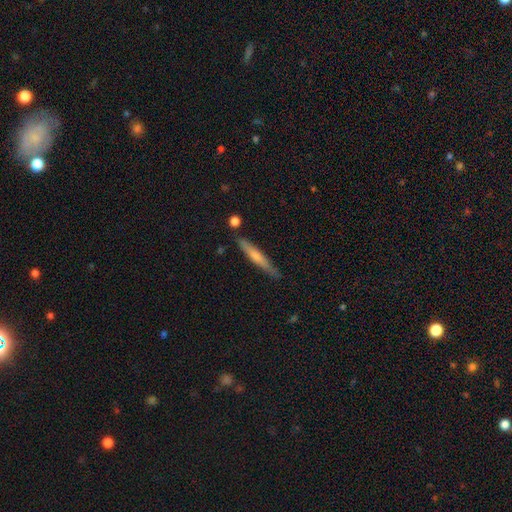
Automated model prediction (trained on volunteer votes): Overall: smooth (50%; featured or disk 44%). How rounded: cigar-shaped (95%). Merging: none (82%).